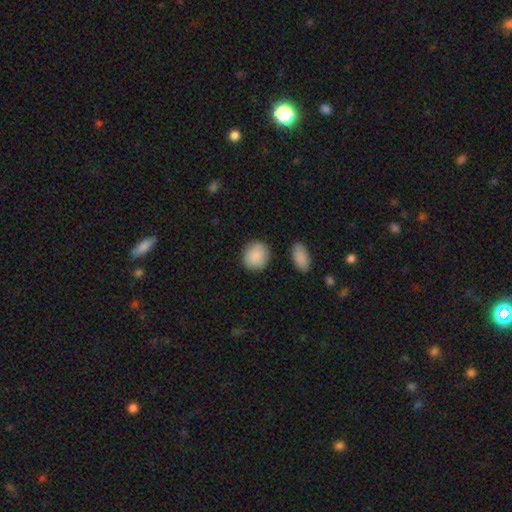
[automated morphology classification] This is clearly a smooth galaxy (89%). How rounded: likely round (79%). Merging: clearly none (84%).